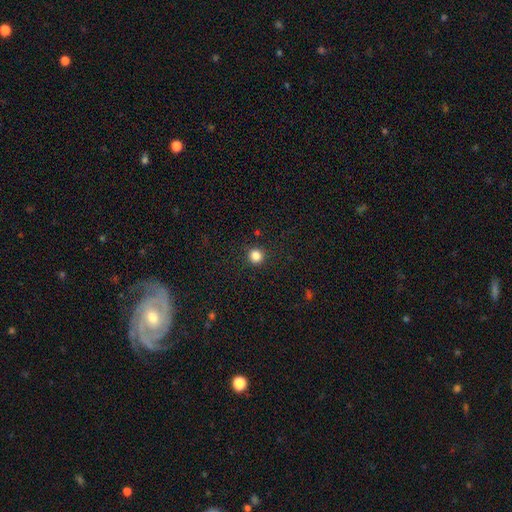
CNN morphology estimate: smooth 85%, star or artifact 12%, featured or disk 4%. Down the decision tree: how rounded — round (93%); merging — none (92%).